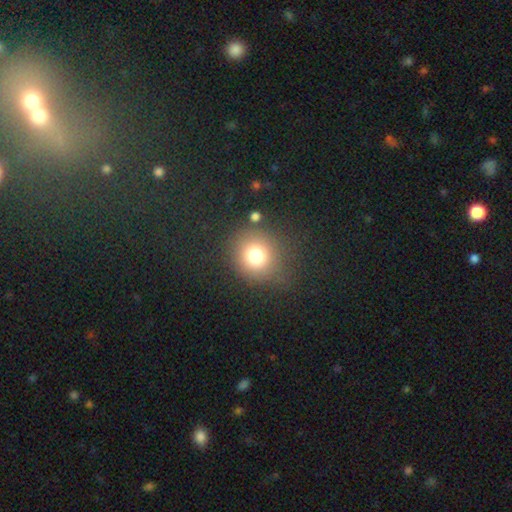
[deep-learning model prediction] Smooth or featured? Predicted: smooth (p=0.76). How rounded? Predicted: round (p=0.89). Merging? Predicted: none (p=0.80).